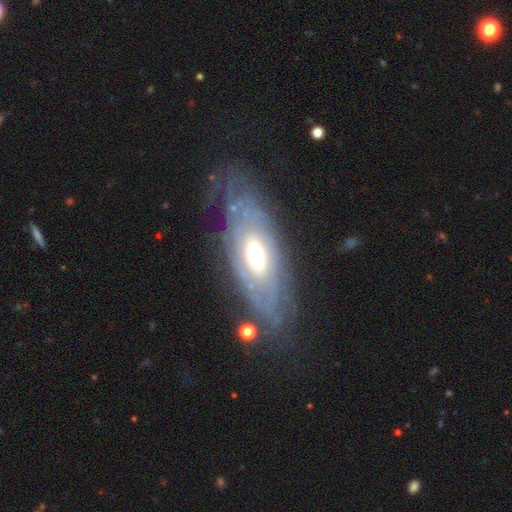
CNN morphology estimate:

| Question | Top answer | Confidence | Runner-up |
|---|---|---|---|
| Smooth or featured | featured or disk | 74% | smooth (20%) |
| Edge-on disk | no | 83% | yes (17%) |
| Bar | no | 71% | weak (21%) |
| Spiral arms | yes | 63% | no (37%) |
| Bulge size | moderate | 65% | large (23%) |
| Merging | none | 64% | minor disturbance (20%) |